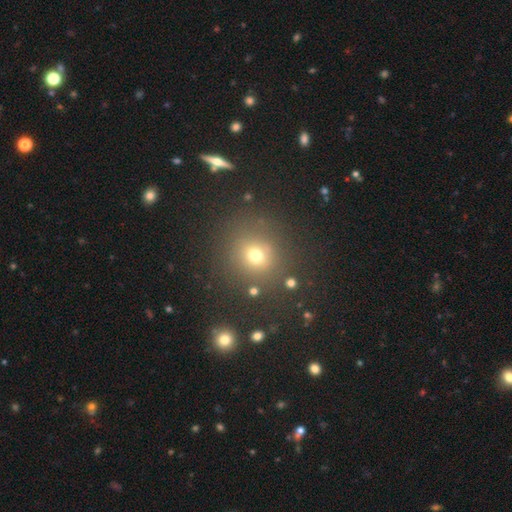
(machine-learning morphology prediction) Smooth or featured?
  - smooth: 69% *
  - star or artifact: 22%
  - featured or disk: 9%
How rounded?
  - round: 87% *
  - in between: 12%
  - cigar-shaped: 1%
Merging?
  - none: 81% *
  - minor disturbance: 10%
  - major disturbance: 5%
  - merger: 4%